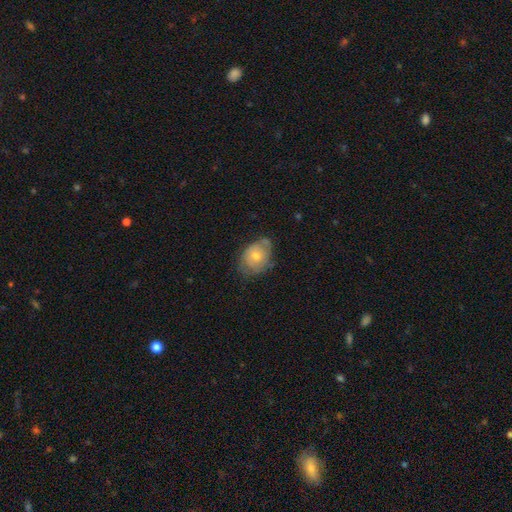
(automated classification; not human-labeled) Smooth or featured? Predicted: smooth (p=0.55). How rounded? Predicted: in between (p=0.61). Merging? Predicted: none (p=0.48).